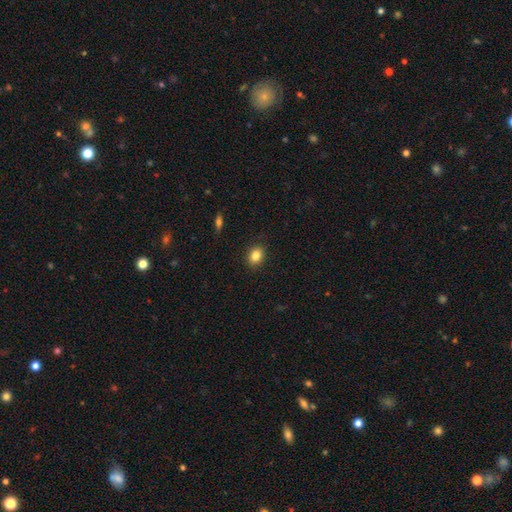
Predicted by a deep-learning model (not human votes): A smooth galaxy with no disk features (84%) that is in between round and cigar-shaped (54%). Merging: none (89%).